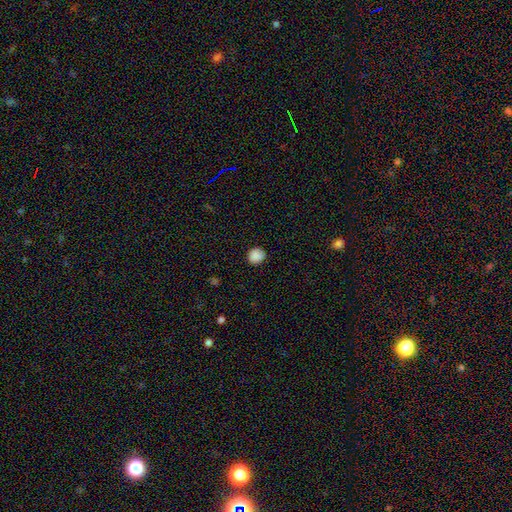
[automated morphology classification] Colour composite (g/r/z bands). It shows a smooth galaxy with no disk features (88%) that is round (85%). Merging: none (88%).